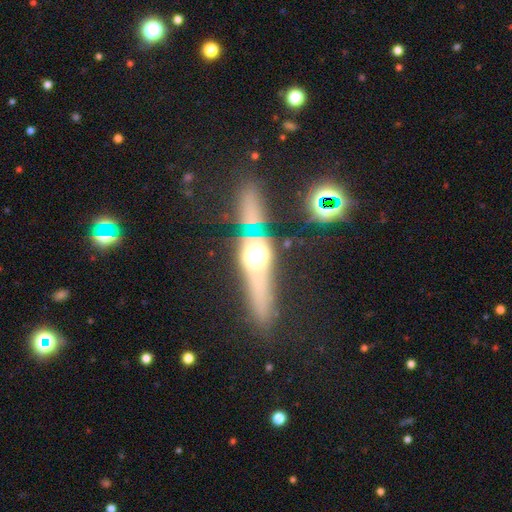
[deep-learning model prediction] Smooth or featured: featured or disk — 55% (smooth — 26%)
Edge-on disk: yes — 88% (no — 12%)
Merging: none — 80% (minor disturbance — 12%)